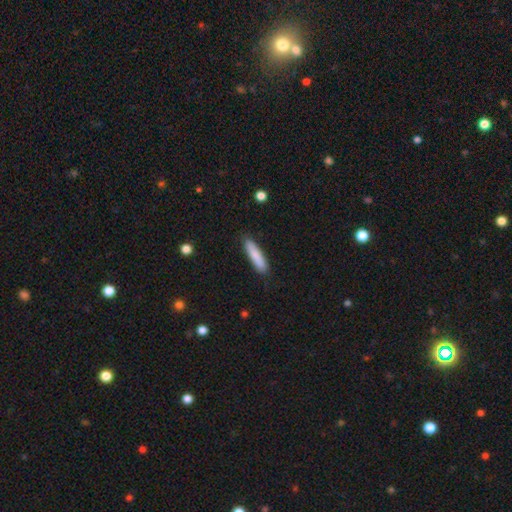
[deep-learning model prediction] Morphology: type=smooth (83%); roundness=cigar-shaped (84%); merging=none (88%).